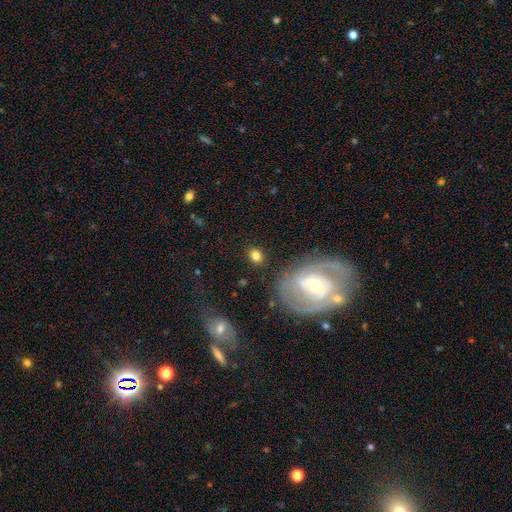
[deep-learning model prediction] A smooth galaxy with no disk features (75%) that is round (53%). Merging: none (83%).